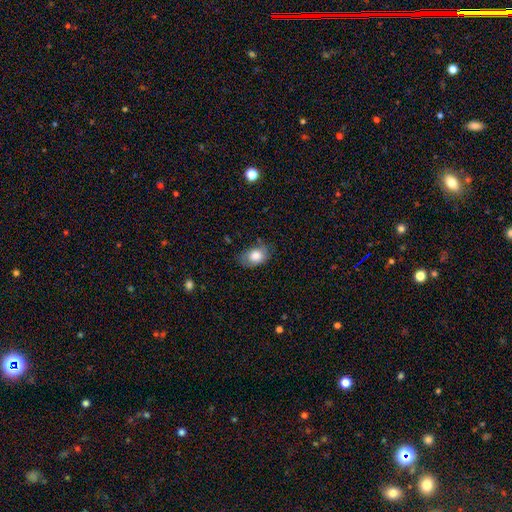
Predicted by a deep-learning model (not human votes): smooth-or-featured: smooth: 79% | featured or disk: 14% | star or artifact: 7%
  how-rounded: in between: 81% | round: 18% | cigar-shaped: 1%
  merging: none: 70% | minor disturbance: 24% | major disturbance: 5% | merger: 1%